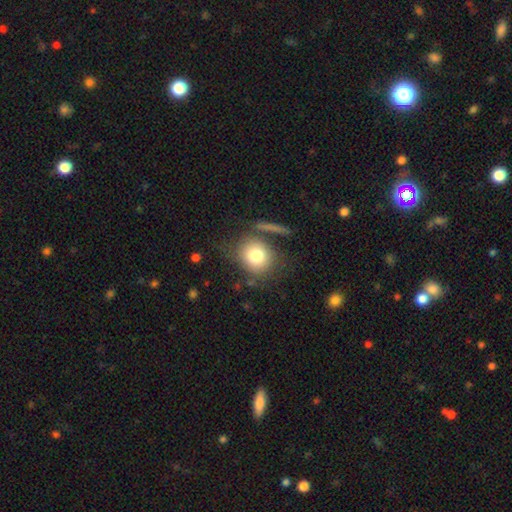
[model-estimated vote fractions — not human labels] A smooth galaxy with no disk features (78%) that is round (85%).

Vote fractions:
- Smooth or featured? smooth: 78% / featured or disk: 13% / star or artifact: 9%
- How rounded? round: 85% / in between: 14% / cigar-shaped: 1%
- Merging? none: 67% / minor disturbance: 15% / major disturbance: 9% / merger: 9%